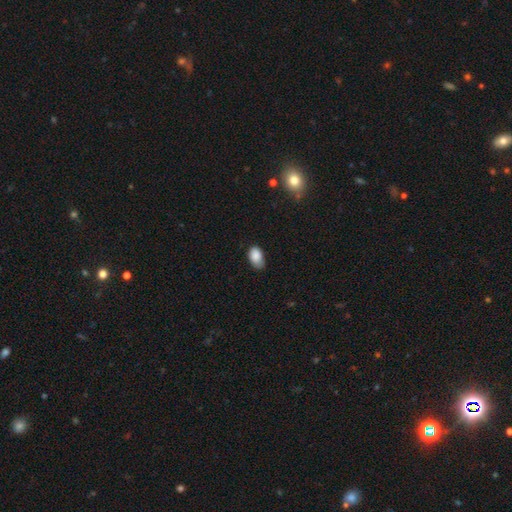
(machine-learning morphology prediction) type=smooth (86%); roundness=in between (90%); merging=none (58%).